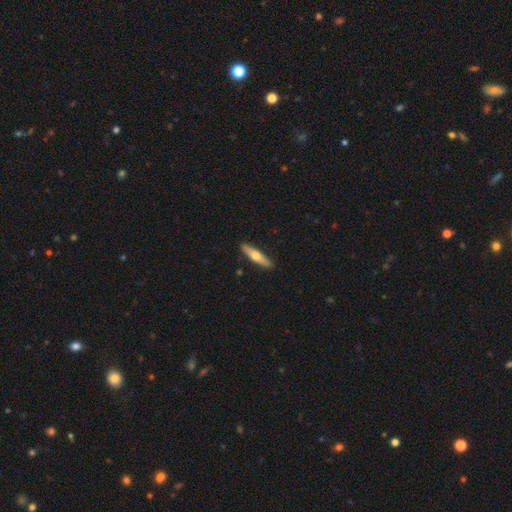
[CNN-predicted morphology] Smooth or featured? Predicted: smooth (p=0.54). How rounded? Predicted: cigar-shaped (p=0.83). Merging? Predicted: none (p=0.91).